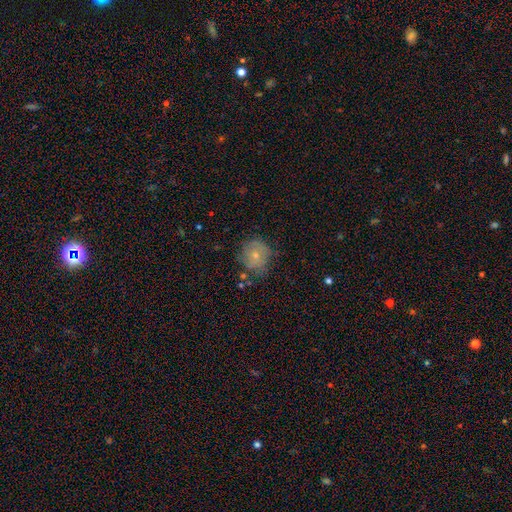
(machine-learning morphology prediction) smooth 61%, featured or disk 29%, star or artifact 10%. Down the decision tree: how rounded — round (82%); merging — none (64%).